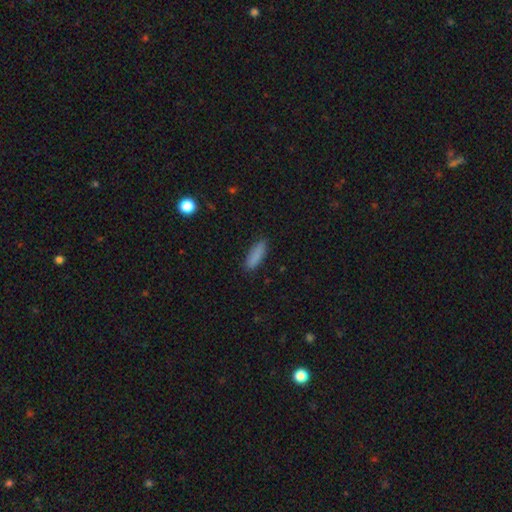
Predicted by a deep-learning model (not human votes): smooth-or-featured: smooth: 87% | star or artifact: 8% | featured or disk: 6%
  how-rounded: cigar-shaped: 52% | in between: 46% | round: 2%
  merging: none: 85% | minor disturbance: 11% | major disturbance: 2% | merger: 1%